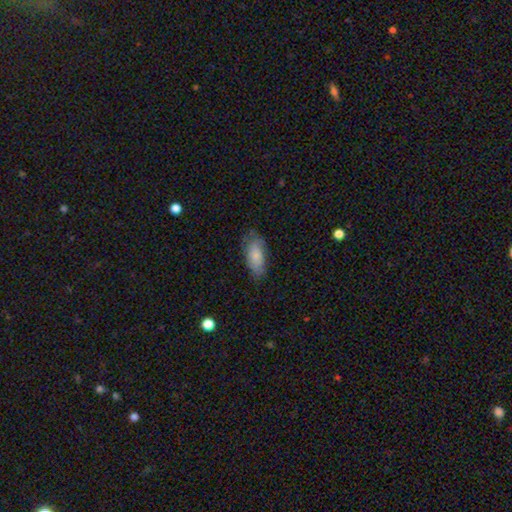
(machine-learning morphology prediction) Smooth or featured? Predicted: smooth (p=0.79). How rounded? Predicted: in between (p=0.88). Merging? Predicted: none (p=0.67).